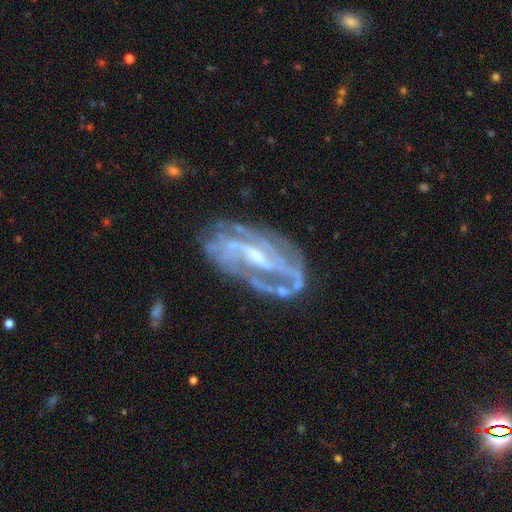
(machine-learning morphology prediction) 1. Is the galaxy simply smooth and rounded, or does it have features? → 86% featured or disk, 7% smooth, 7% star or artifact.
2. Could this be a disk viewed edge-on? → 92% no, 8% yes.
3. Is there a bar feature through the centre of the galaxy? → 40% weak, 38% strong, 22% no.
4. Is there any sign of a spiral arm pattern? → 89% yes, 11% no.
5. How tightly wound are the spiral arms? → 43% tight, 41% medium, 16% loose.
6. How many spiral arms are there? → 39% 2, 29% can't tell, 16% 3, 6% 4, 6% 1, 4% more than 4.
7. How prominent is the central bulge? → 46% small, 42% moderate, 8% none, 3% large, 1% dominant.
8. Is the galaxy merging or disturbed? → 62% none, 20% minor disturbance, 14% major disturbance, 4% merger.